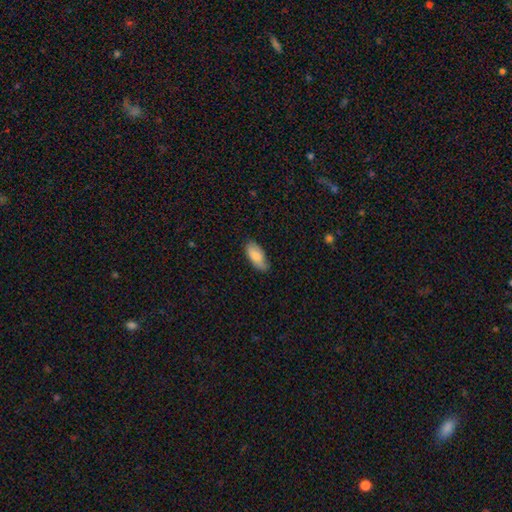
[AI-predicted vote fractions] Smooth or featured? smooth (83%)
How rounded? in between (88%)
Merging? none (73%)